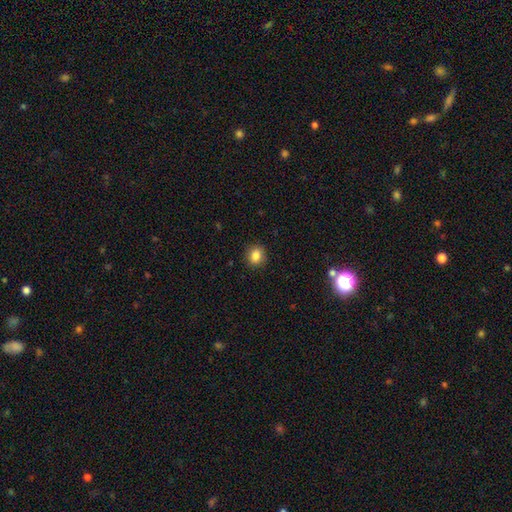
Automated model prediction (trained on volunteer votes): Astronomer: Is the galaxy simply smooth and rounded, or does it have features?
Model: smooth — 84%.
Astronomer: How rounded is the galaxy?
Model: round — 71%.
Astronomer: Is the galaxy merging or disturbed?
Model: none — 90%.